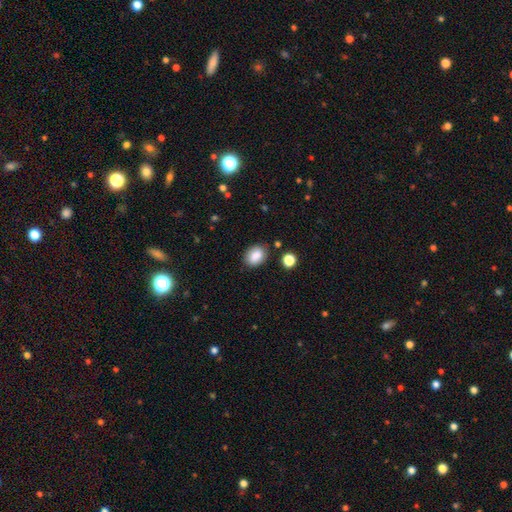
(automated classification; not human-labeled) Q: Smooth or featured?
A: smooth (86%); runner-up: star or artifact (8%)
Q: How rounded?
A: in between (73%); runner-up: round (26%)
Q: Merging?
A: none (81%); runner-up: minor disturbance (13%)